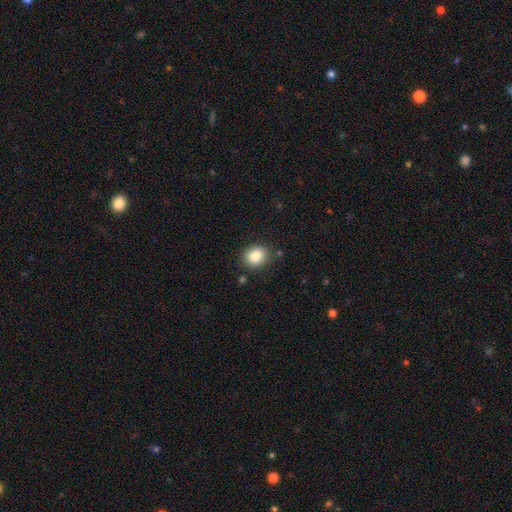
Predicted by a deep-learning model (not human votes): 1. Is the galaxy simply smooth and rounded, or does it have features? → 85% smooth, 9% star or artifact, 6% featured or disk.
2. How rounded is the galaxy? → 62% round, 37% in between, 1% cigar-shaped.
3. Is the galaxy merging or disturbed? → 83% none, 11% minor disturbance, 3% major disturbance, 3% merger.